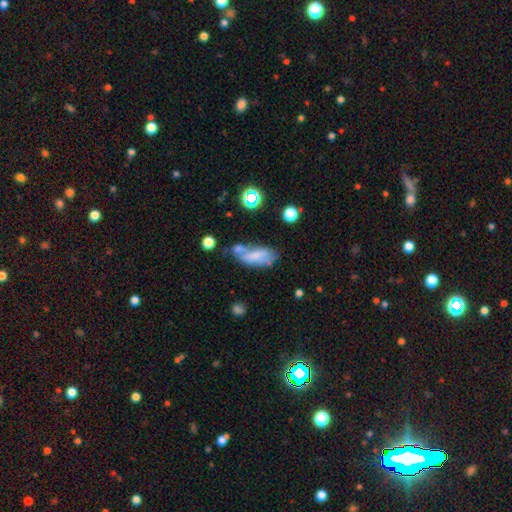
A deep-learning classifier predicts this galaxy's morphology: smooth-or-featured: smooth: 56% | featured or disk: 32% | star or artifact: 12%
  how-rounded: in between: 78% | cigar-shaped: 18% | round: 4%
  merging: merger: 31% | none: 28% | minor disturbance: 22% | major disturbance: 18%